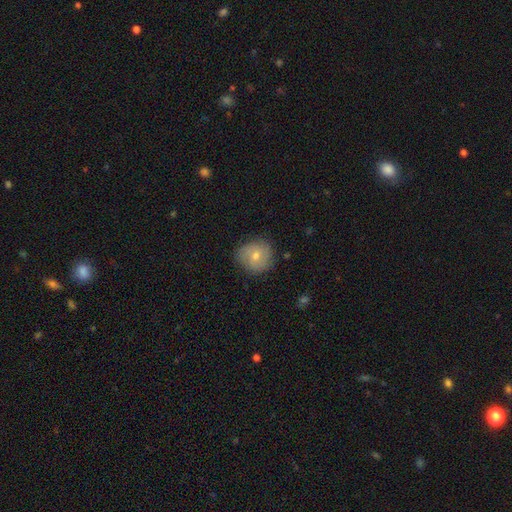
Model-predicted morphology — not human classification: Q: Smooth or featured?
A: smooth (56%); runner-up: featured or disk (37%)
Q: How rounded?
A: round (87%); runner-up: in between (12%)
Q: Merging?
A: none (79%); runner-up: minor disturbance (16%)